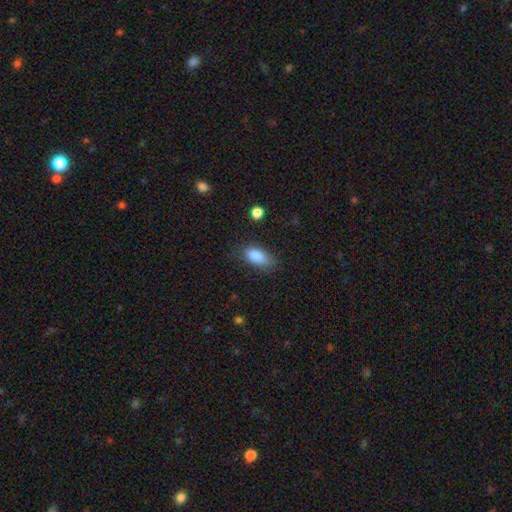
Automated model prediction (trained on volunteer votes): This is clearly a smooth galaxy (86%). How rounded: clearly in between (89%). Merging: likely none (68%).